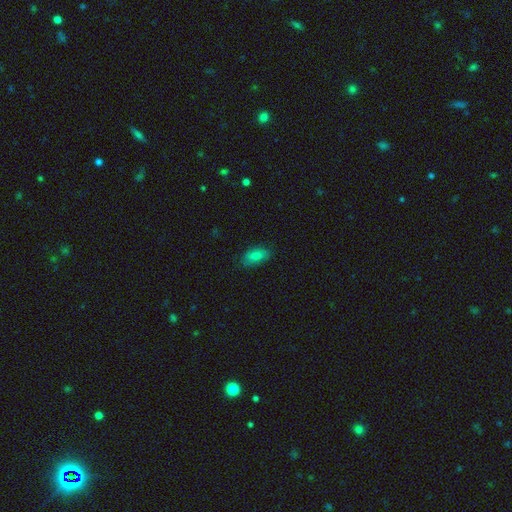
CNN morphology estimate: Overall: smooth (81%). How rounded: in between (89%). Merging: none (79%).